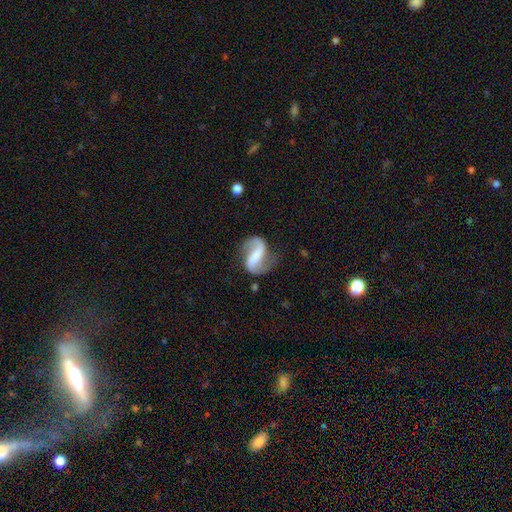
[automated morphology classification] Smooth or featured? featured or disk (87%)
Edge-on disk? no (98%)
Bar? strong (54%)
Spiral arms? yes (96%)
Spiral winding? loose (57%)
Spiral arm count? 2 (93%)
Bulge size? none (34%)
Merging? none (74%)